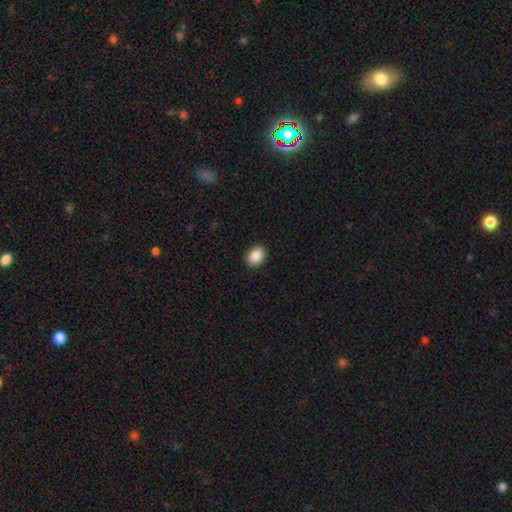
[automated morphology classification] A smooth galaxy with no disk features (88%) that is in between round and cigar-shaped (68%).

Vote fractions:
- Smooth or featured? smooth: 88% / star or artifact: 8% / featured or disk: 4%
- How rounded? in between: 68% / round: 31% / cigar-shaped: 1%
- Merging? none: 91% / minor disturbance: 7% / major disturbance: 2% / merger: 1%